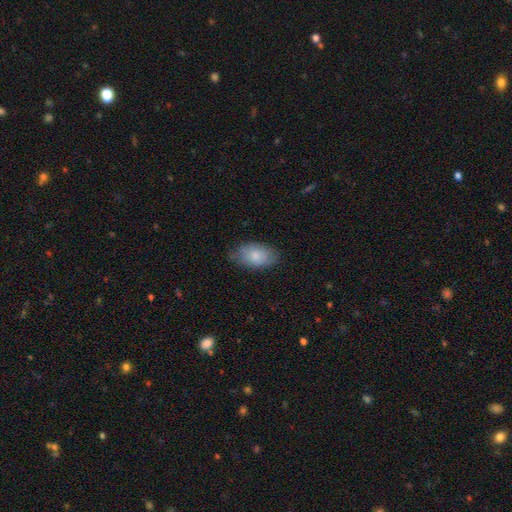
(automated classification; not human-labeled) This appears to be a smooth galaxy with no disk features (79%) that is in between round and cigar-shaped (93%). Merging: none (74%).